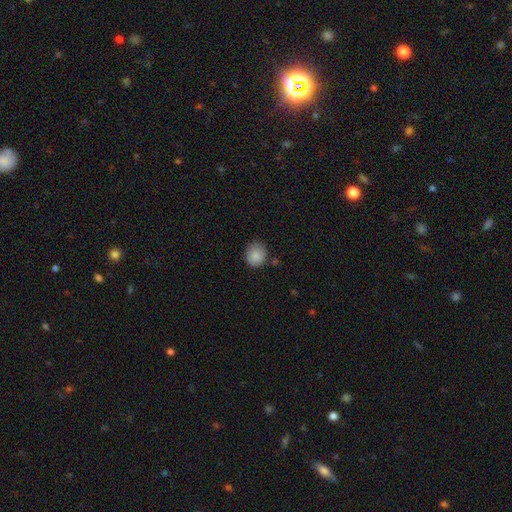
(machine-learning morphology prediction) Smooth or featured? Predicted: smooth (p=0.87). How rounded? Predicted: round (p=0.78). Merging? Predicted: none (p=0.78).